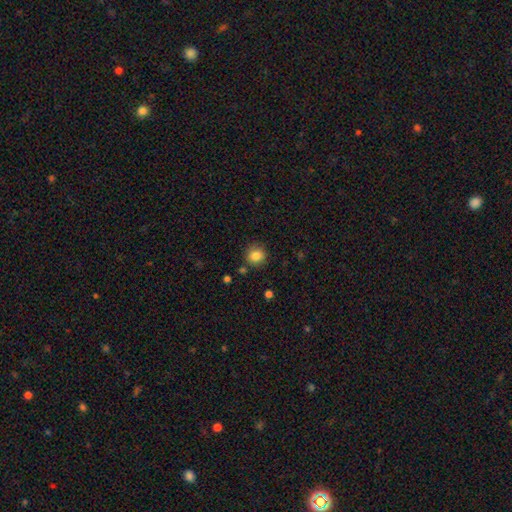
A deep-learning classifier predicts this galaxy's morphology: smooth_or_featured: smooth (p=0.85) [alt: star or artifact p=0.10]
how_rounded: round (p=0.90) [alt: in between p=0.09]
merging: none (p=0.85) [alt: minor disturbance p=0.09]